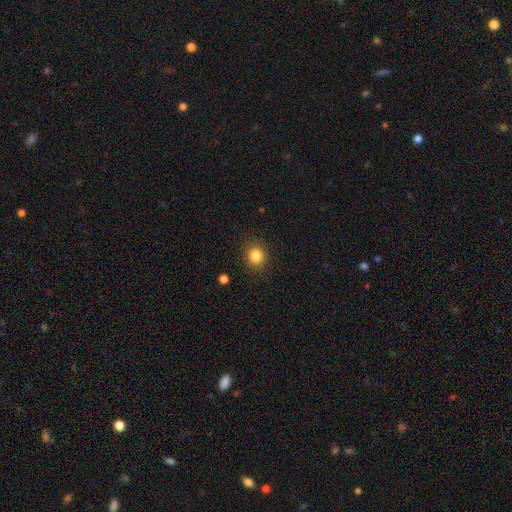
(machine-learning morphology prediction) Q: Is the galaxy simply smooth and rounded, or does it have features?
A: smooth — 84%.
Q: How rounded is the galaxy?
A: round — 79%.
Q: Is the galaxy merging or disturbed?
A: none — 89%.